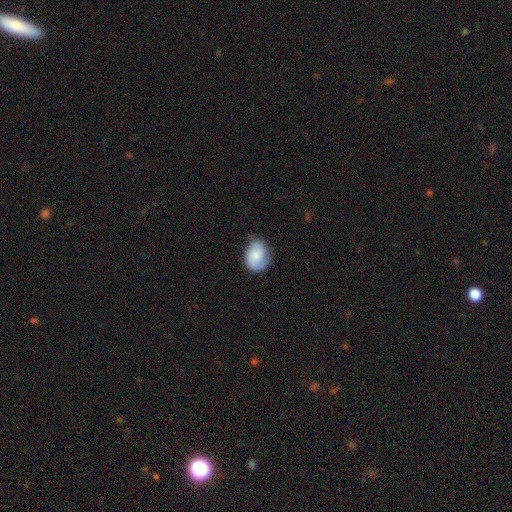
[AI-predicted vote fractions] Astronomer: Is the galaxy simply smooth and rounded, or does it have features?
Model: smooth — 57% (runner-up: featured or disk, 36%).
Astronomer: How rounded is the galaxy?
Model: in between — 56% (runner-up: round, 43%).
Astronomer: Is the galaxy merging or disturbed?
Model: none — 67%.